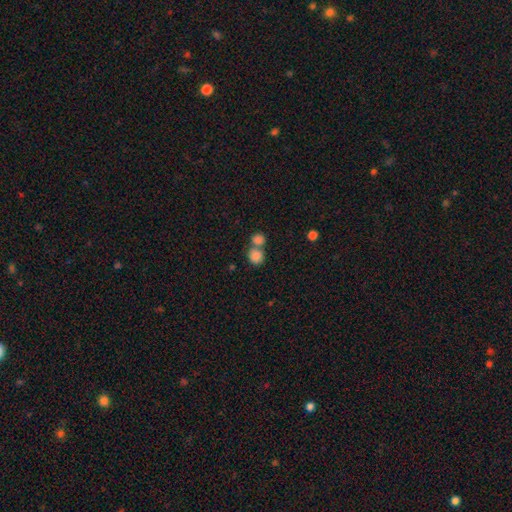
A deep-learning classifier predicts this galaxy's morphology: type=smooth (84%); roundness=round (83%); merging=merger (46%).